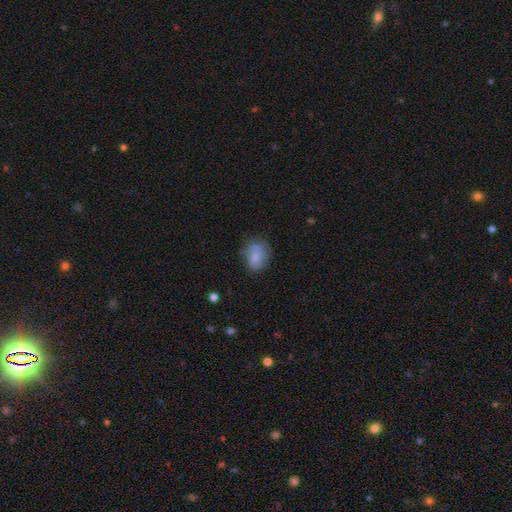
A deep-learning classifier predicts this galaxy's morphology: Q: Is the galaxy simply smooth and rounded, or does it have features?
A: smooth — 68%.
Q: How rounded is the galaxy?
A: in between — 57%.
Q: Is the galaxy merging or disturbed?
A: none — 64%.